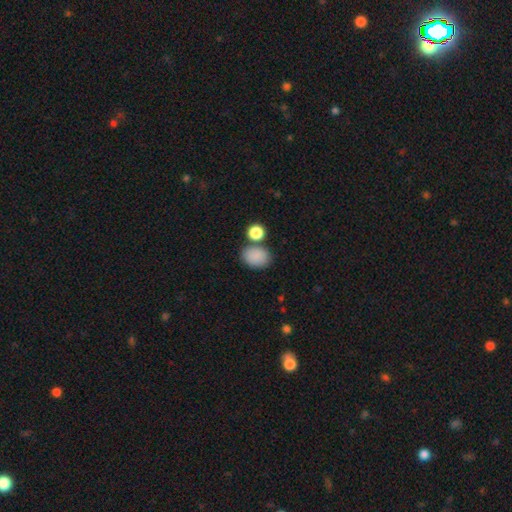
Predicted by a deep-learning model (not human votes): smooth 86%, star or artifact 9%, featured or disk 5%. Down the decision tree: how rounded — in between (70%); merging — none (68%).